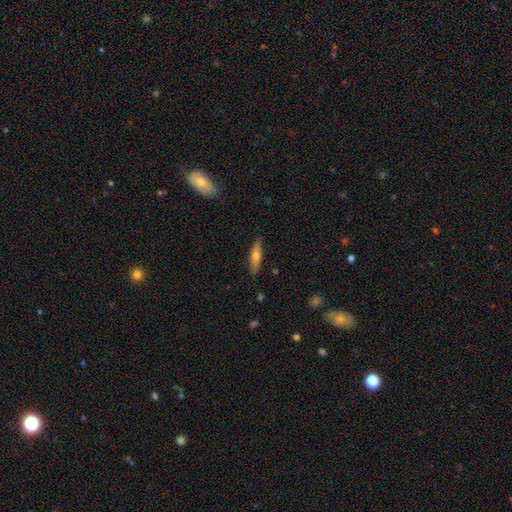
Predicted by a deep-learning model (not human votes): This is possibly a smooth galaxy (60%). How rounded: likely cigar-shaped (71%). Merging: clearly none (87%).